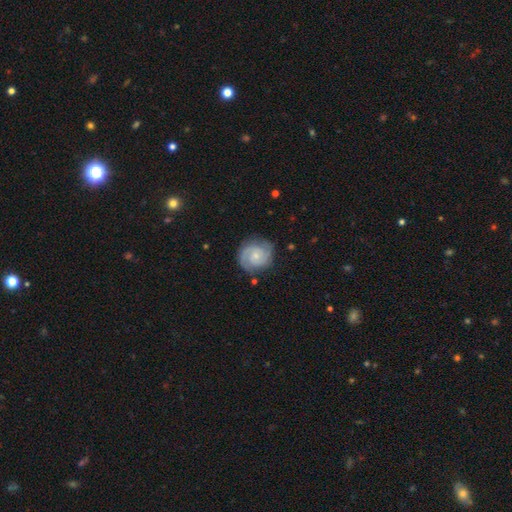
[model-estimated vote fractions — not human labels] smooth_or_featured: featured or disk (p=0.84) [alt: smooth p=0.11]
disk_edge_on: no (p=0.98) [alt: yes p=0.02]
bar: no (p=0.66) [alt: weak p=0.29]
has_spiral_arms: yes (p=0.97) [alt: no p=0.03]
spiral_winding: tight (p=0.59) [alt: medium p=0.35]
spiral_arm_count: 2 (p=0.83) [alt: 3 p=0.07]
bulge_size: small (p=0.65) [alt: moderate p=0.28]
merging: none (p=0.81) [alt: minor disturbance p=0.14]